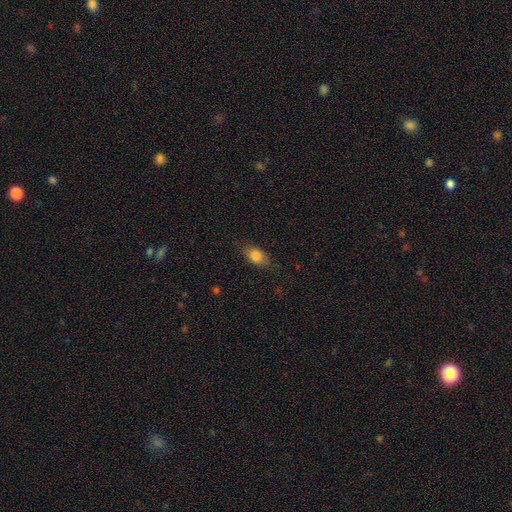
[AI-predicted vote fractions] A smooth galaxy with no disk features (83%) that is in between round and cigar-shaped (83%). Merging: none (77%).